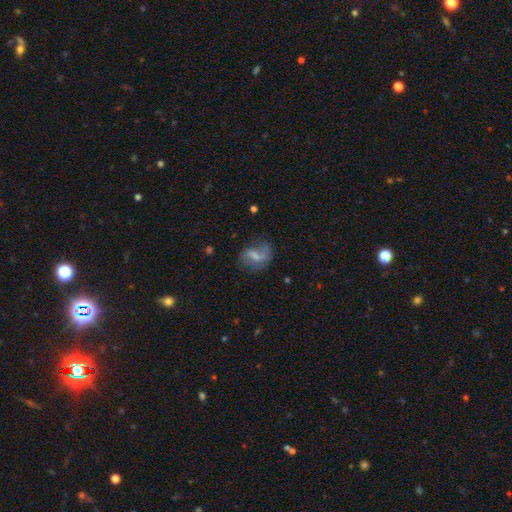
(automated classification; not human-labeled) This is possibly a featured or disk galaxy (55%). It is clearly not viewed edge-on (97%). Bar: possibly weak (52%). Spiral arm pattern: likely yes (79%). Central bulge: marginally small (34%). Merging: possibly none (54%).